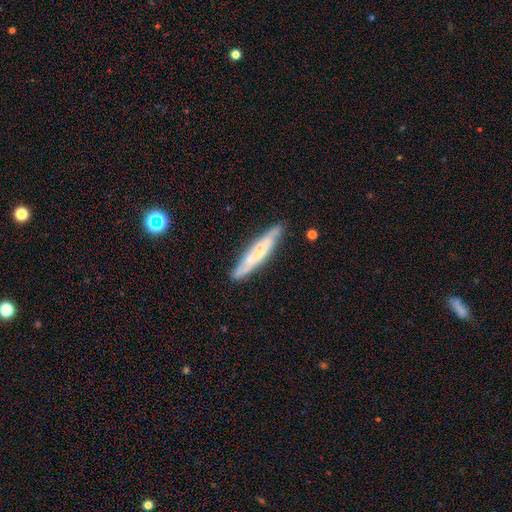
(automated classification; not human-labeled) featured or disk 52%, smooth 41%, star or artifact 7%. Down the decision tree: edge-on disk — yes (72%); merging — none (79%).